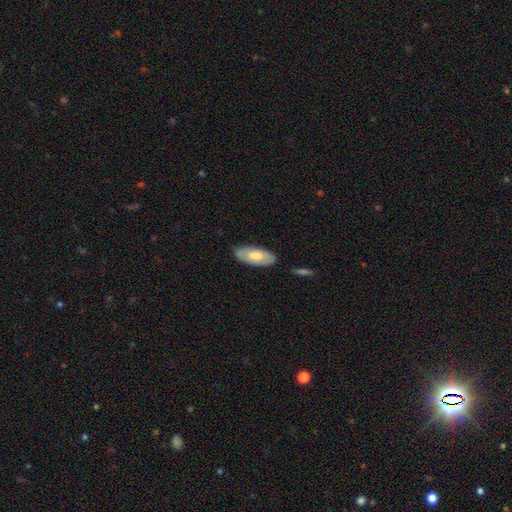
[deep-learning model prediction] Smooth or featured? Predicted: smooth (p=0.58). How rounded? Predicted: in between (p=0.88). Merging? Predicted: none (p=0.82).